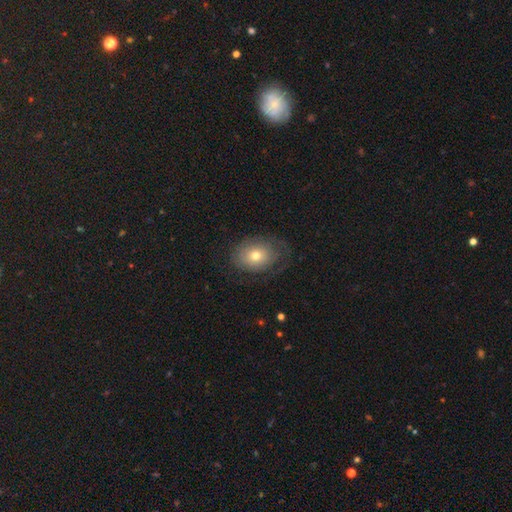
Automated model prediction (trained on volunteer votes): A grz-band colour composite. It shows a smooth galaxy with no disk features (61%) that is in between round and cigar-shaped (60%). Merging: none (62%).